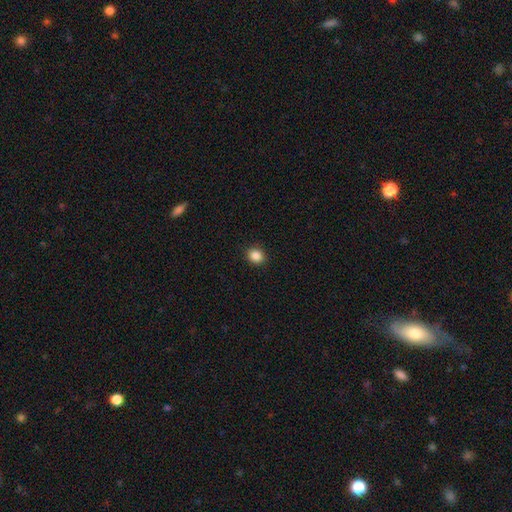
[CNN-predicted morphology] Smooth or featured? Predicted: smooth (p=0.87). How rounded? Predicted: round (p=0.74). Merging? Predicted: none (p=0.91).